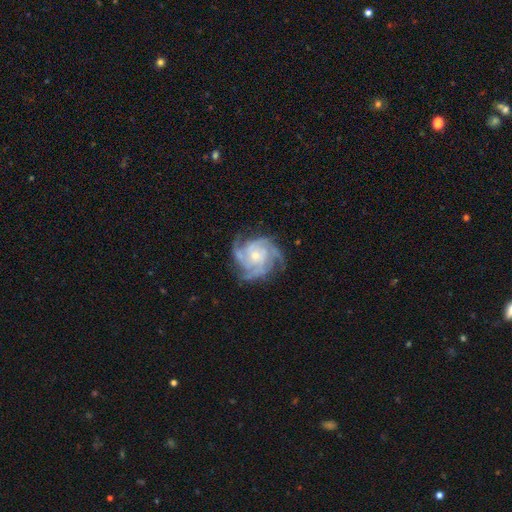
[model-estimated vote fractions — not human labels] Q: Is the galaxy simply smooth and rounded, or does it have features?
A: featured or disk — 89%.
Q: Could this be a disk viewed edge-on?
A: no — 98%.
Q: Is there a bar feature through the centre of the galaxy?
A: no — 76%.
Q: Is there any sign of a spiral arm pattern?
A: yes — 98%.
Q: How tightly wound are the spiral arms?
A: tight — 55%.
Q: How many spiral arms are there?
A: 4 — 38%.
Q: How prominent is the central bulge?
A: small — 65%.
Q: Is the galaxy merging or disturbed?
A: none — 72%.